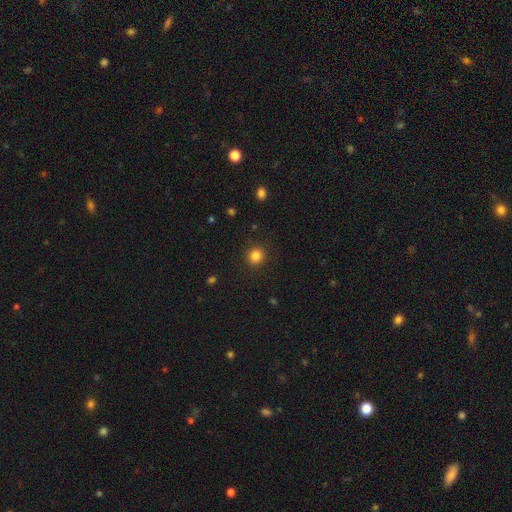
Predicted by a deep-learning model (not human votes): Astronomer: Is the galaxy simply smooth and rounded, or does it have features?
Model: smooth — 84%.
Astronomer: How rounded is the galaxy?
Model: round — 90%.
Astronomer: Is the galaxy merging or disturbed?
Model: none — 90%.